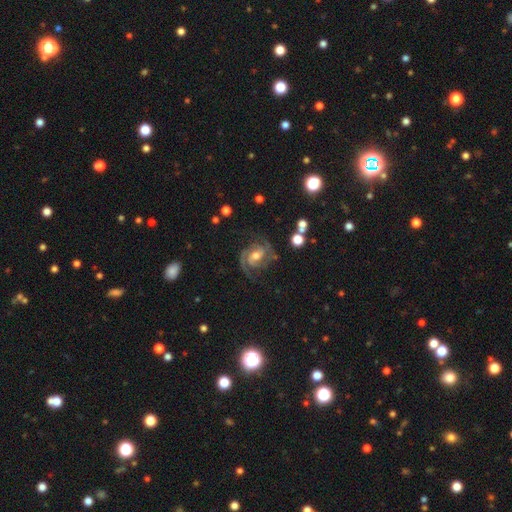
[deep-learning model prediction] Morphology: type=featured or disk (91%); edge-on=no (98%); bar=weak (44%); spiral arms=yes (98%); winding=tight (47%); arm count=2 (72%); bulge=moderate (69%); merging=none (76%).